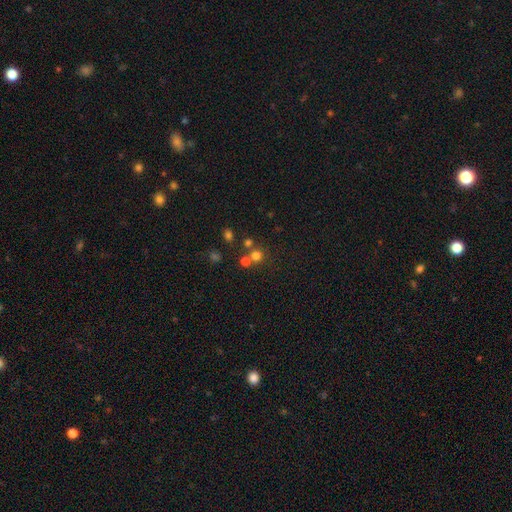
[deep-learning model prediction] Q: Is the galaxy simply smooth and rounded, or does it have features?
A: smooth — 70%.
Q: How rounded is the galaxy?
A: round — 90%.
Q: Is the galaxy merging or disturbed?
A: none — 60%.